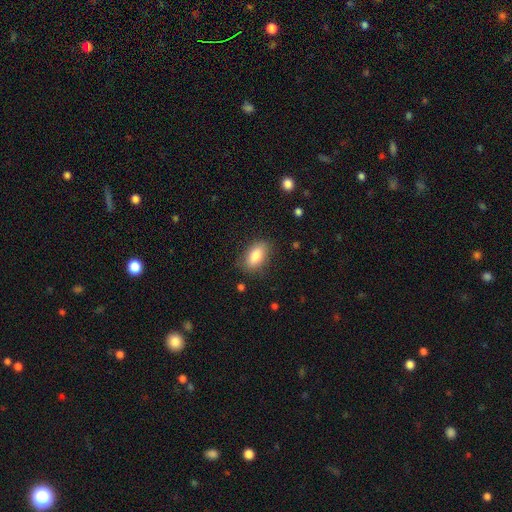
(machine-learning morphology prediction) This appears to be a smooth galaxy with no disk features (84%) that is in between round and cigar-shaped (89%). Merging: none (82%).